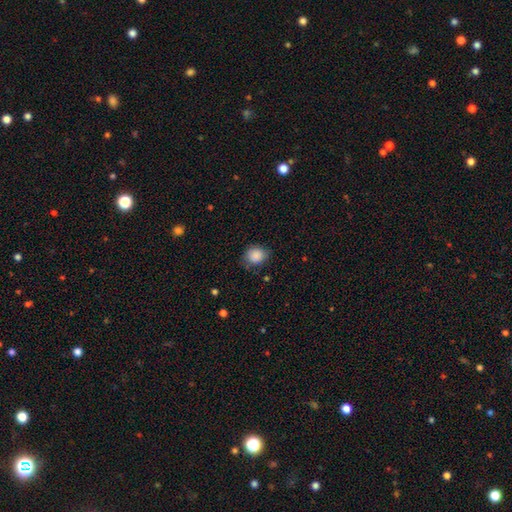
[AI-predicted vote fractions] smooth-or-featured: smooth: 87% | star or artifact: 8% | featured or disk: 5%
  how-rounded: round: 72% | in between: 27% | cigar-shaped: 1%
  merging: none: 70% | minor disturbance: 23% | major disturbance: 6% | merger: 2%